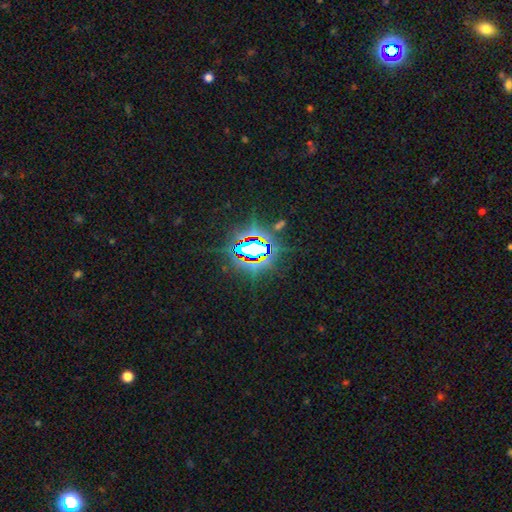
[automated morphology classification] This appears to be a star or artifact, not a galaxy (82%).